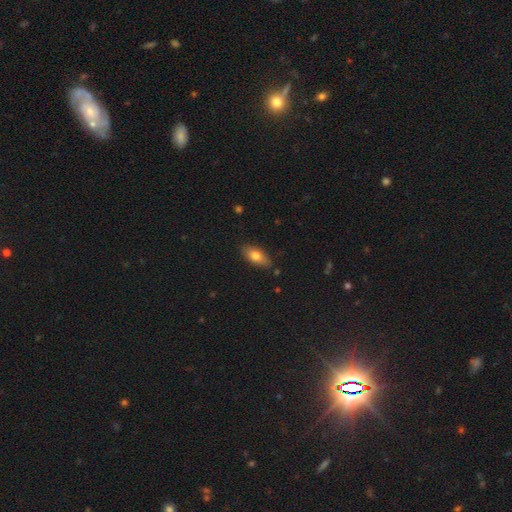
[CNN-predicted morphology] Smooth or featured? Predicted: smooth (p=0.74). How rounded? Predicted: in between (p=0.82). Merging? Predicted: none (p=0.84).